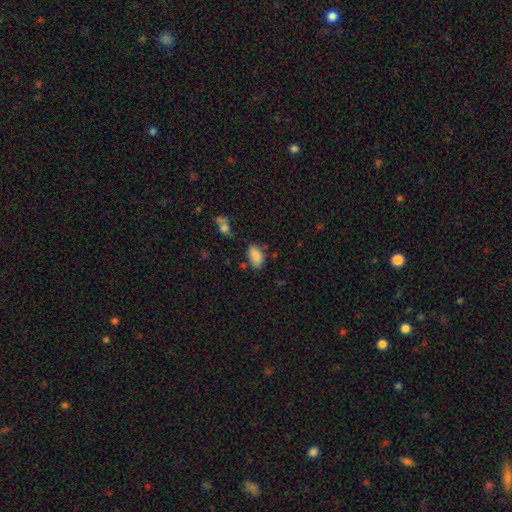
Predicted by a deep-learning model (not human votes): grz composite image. It shows a smooth galaxy with no disk features (86%) that is in between round and cigar-shaped (92%). Merging: none (69%).